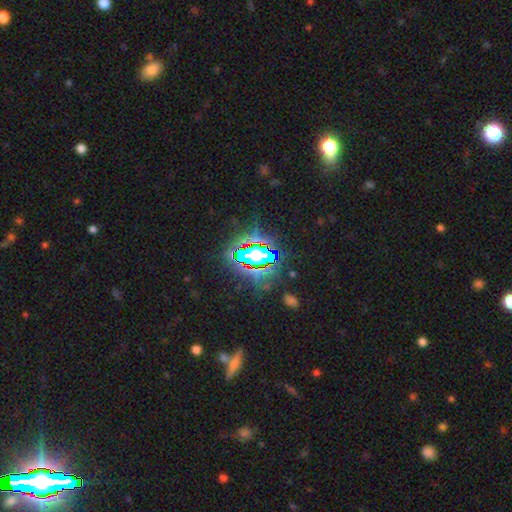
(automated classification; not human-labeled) Morphology: type=star or artifact (70%).